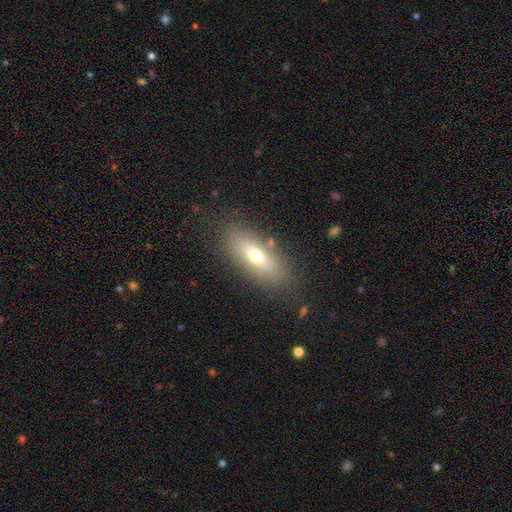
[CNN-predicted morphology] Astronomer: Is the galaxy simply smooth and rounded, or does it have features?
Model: smooth — 62%.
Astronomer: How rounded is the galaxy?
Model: in between — 67%.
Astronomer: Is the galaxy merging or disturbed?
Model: none — 83%.